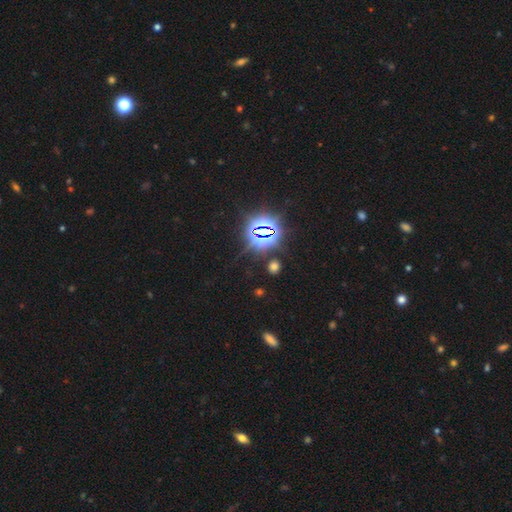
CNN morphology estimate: Smooth or featured?
  - star or artifact: 83% *
  - smooth: 11%
  - featured or disk: 6%